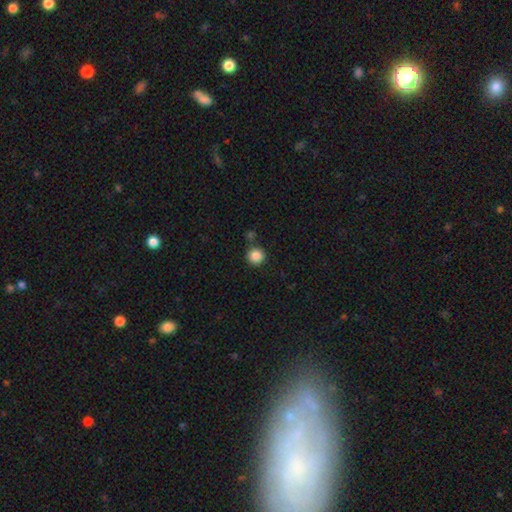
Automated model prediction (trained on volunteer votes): A smooth galaxy with no disk features (86%) that is round (94%). Merging: none (80%).